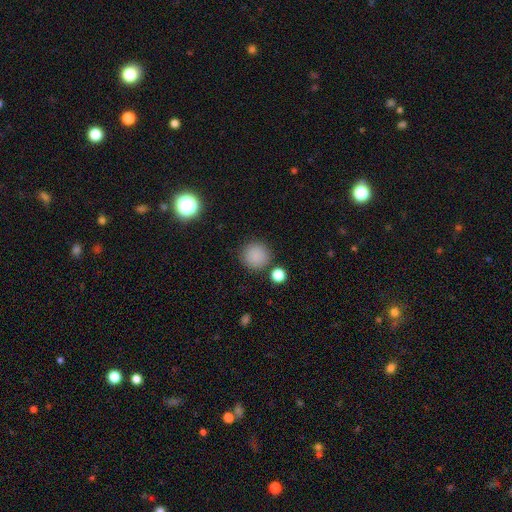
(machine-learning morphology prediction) Overall: smooth (85%). How rounded: round (94%). Merging: none (85%).